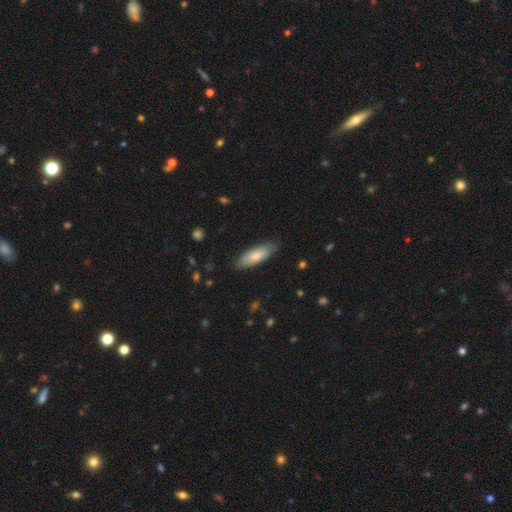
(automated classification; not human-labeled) This is likely a smooth galaxy (75%). How rounded: likely in between (64%). Merging: clearly none (82%).